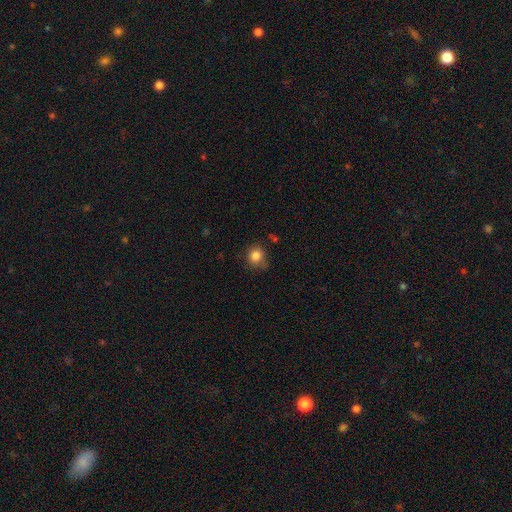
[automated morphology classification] smooth-or-featured: smooth: 84% | star or artifact: 10% | featured or disk: 6%
  how-rounded: round: 81% | in between: 18% | cigar-shaped: 1%
  merging: none: 70% | minor disturbance: 21% | major disturbance: 6% | merger: 2%